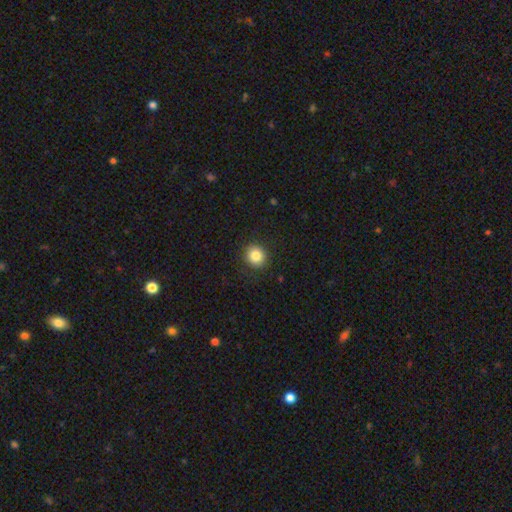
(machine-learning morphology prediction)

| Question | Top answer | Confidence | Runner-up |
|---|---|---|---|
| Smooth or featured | smooth | 84% | star or artifact (10%) |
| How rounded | round | 85% | in between (15%) |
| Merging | none | 90% | minor disturbance (6%) |